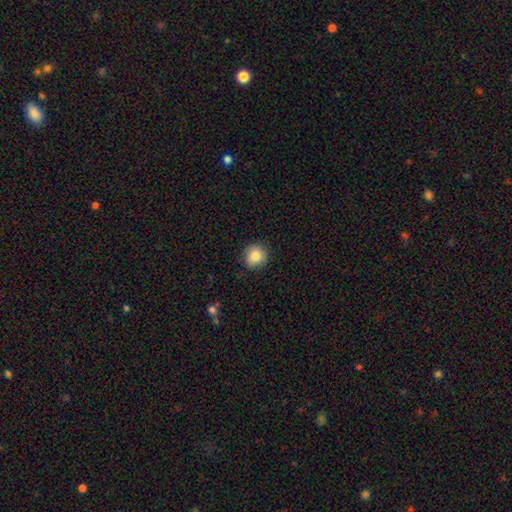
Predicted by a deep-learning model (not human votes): smooth 86%, star or artifact 9%, featured or disk 5%. Down the decision tree: how rounded — round (89%); merging — none (88%).